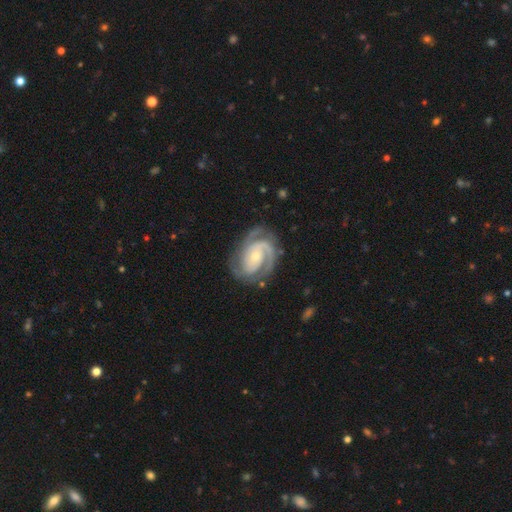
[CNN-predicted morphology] Smooth or featured: featured or disk — 91% (smooth — 5%)
Edge-on disk: no — 98% (yes — 2%)
Bar: no — 58% (weak — 31%)
Spiral arms: yes — 98% (no — 2%)
Spiral winding: tight — 58% (medium — 36%)
Spiral arm count: 2 — 50% (3 — 30%)
Bulge size: small — 59% (moderate — 35%)
Merging: none — 75% (minor disturbance — 17%)